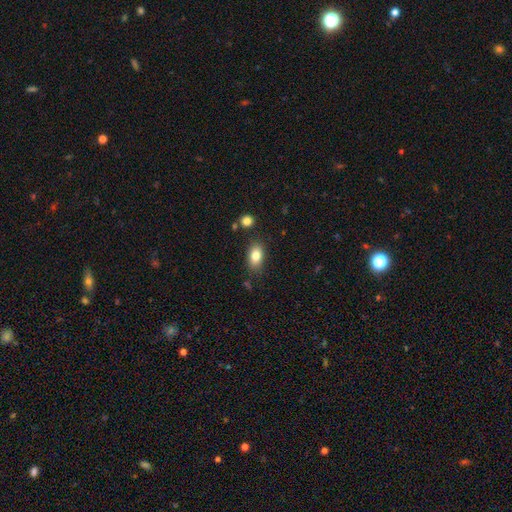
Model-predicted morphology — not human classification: Smooth or featured: smooth — 82% (featured or disk — 9%)
How rounded: in between — 88% (round — 10%)
Merging: none — 82% (minor disturbance — 12%)